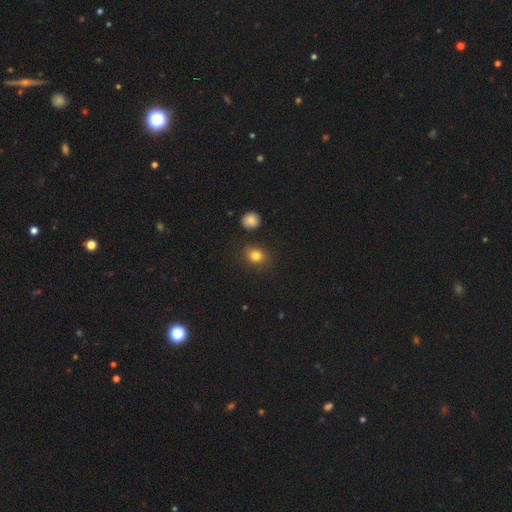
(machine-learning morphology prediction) Overall: smooth (81%). How rounded: round (65%; in between 33%). Merging: none (83%).